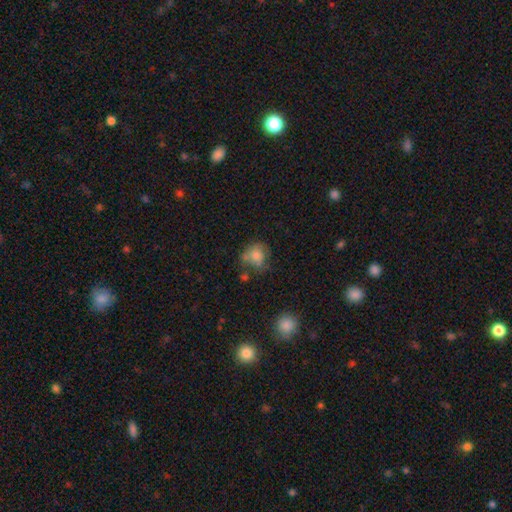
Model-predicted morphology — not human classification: smooth 66%, featured or disk 24%, star or artifact 10%. Down the decision tree: how rounded — round (65%); merging — none (42%).